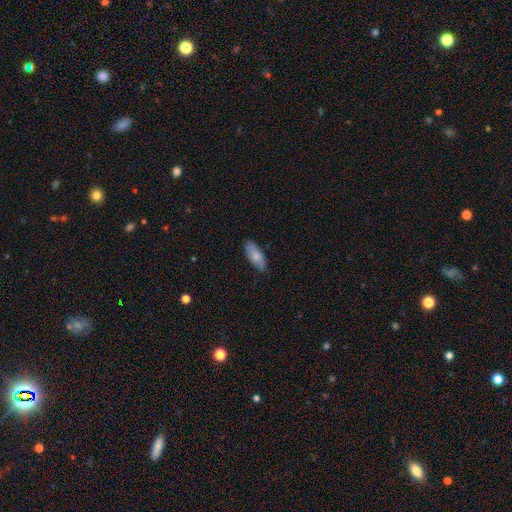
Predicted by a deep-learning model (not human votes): smooth 79%, featured or disk 15%, star or artifact 6%. Down the decision tree: how rounded — in between (79%); merging — none (82%).